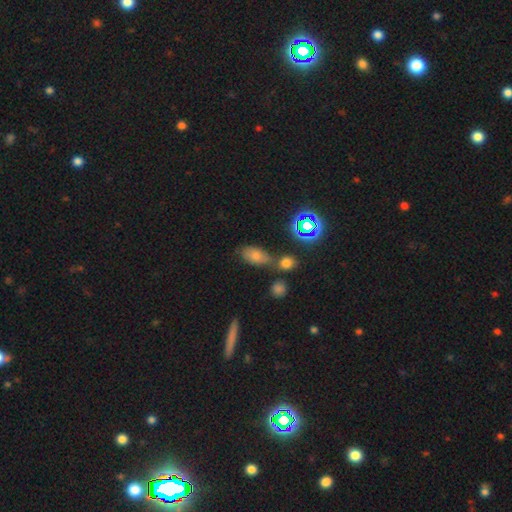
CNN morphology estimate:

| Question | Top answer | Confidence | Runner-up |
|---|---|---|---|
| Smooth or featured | smooth | 65% | star or artifact (22%) |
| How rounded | in between | 87% | round (8%) |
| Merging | none | 58% | merger (20%) |